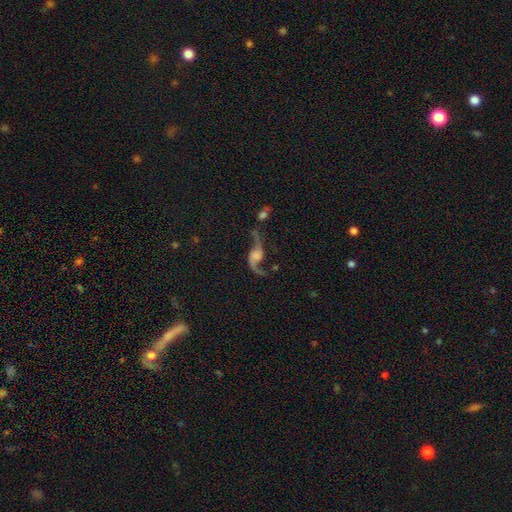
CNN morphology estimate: featured or disk 86%, star or artifact 7%, smooth 7%. Down the decision tree: edge-on disk — no (94%); bar — no (61%); spiral arms — yes (95%); spiral arm count — 2 (91%); spiral winding — loose (89%); bulge size — none (33%); merging — none (57%).